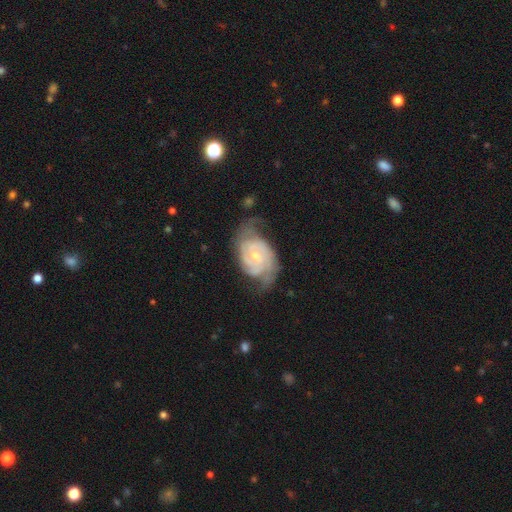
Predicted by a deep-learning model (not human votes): smooth_or_featured: featured or disk (p=0.87) [alt: smooth p=0.08]
disk_edge_on: no (p=0.97) [alt: yes p=0.03]
bar: no (p=0.60) [alt: weak p=0.33]
has_spiral_arms: yes (p=0.96) [alt: no p=0.04]
spiral_winding: tight (p=0.55) [alt: medium p=0.35]
spiral_arm_count: 2 (p=0.63) [alt: can't tell p=0.14]
bulge_size: small (p=0.66) [alt: moderate p=0.30]
merging: none (p=0.59) [alt: minor disturbance p=0.24]